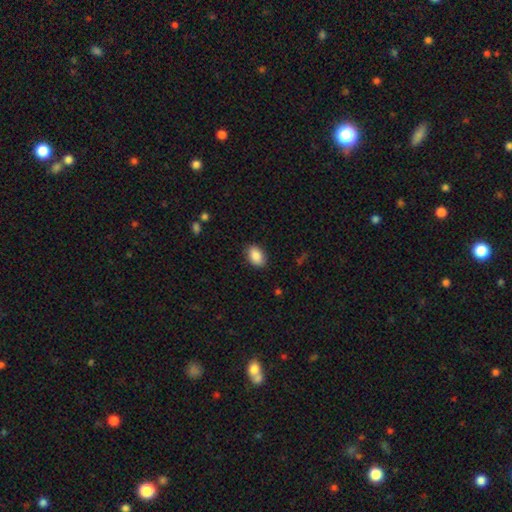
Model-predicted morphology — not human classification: type=smooth (88%); roundness=in between (89%); merging=none (87%).